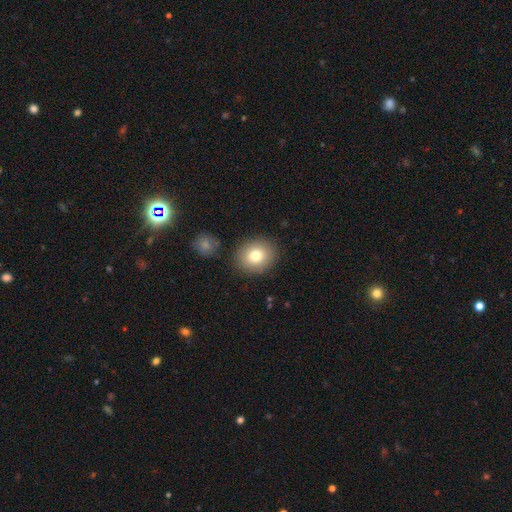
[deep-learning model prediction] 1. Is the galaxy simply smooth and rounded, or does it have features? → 79% smooth, 12% featured or disk, 10% star or artifact.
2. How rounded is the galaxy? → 68% round, 31% in between, 1% cigar-shaped.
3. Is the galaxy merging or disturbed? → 86% none, 8% minor disturbance, 4% merger, 3% major disturbance.